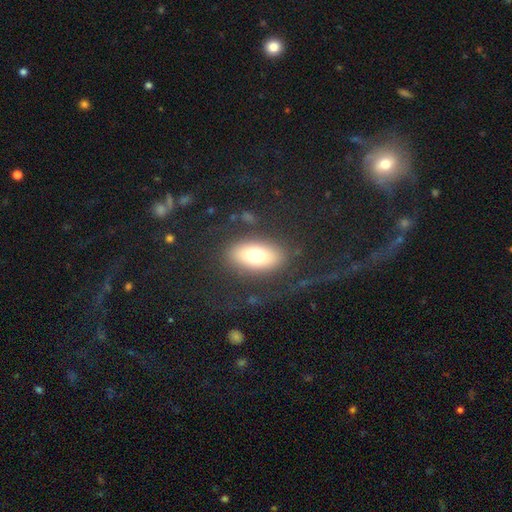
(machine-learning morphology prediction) Q: Smooth or featured?
A: smooth (69%); runner-up: featured or disk (22%)
Q: How rounded?
A: in between (87%); runner-up: round (10%)
Q: Merging?
A: none (77%); runner-up: minor disturbance (12%)